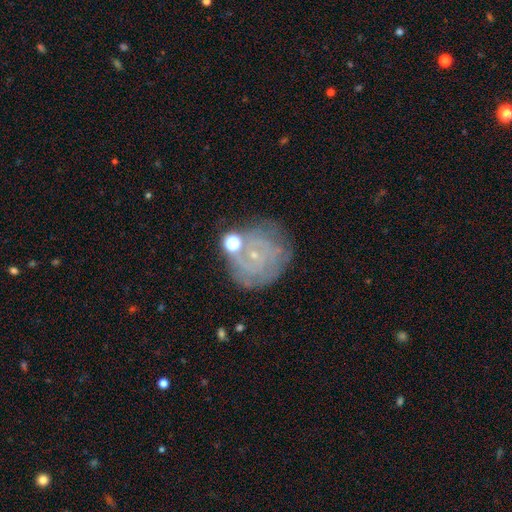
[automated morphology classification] featured or disk 54%, smooth 24%, star or artifact 23%. Down the decision tree: edge-on disk — no (96%); bar — no (72%); spiral arms — yes (79%); bulge size — small (81%); merging — none (74%).